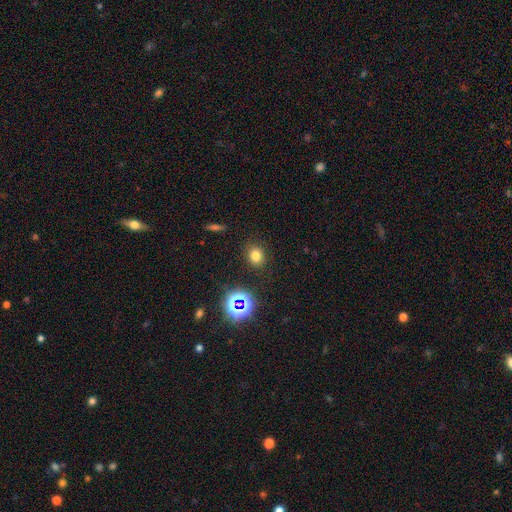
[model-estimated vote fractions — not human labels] Smooth or featured? smooth (73%)
How rounded? round (69%)
Merging? none (87%)